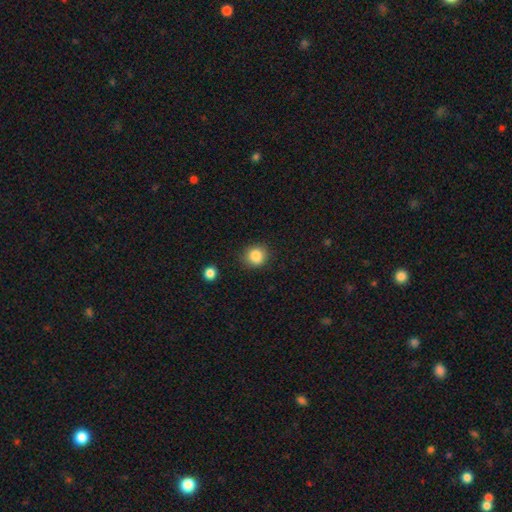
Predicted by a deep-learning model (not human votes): Overall: smooth (85%). How rounded: round (86%). Merging: none (86%).